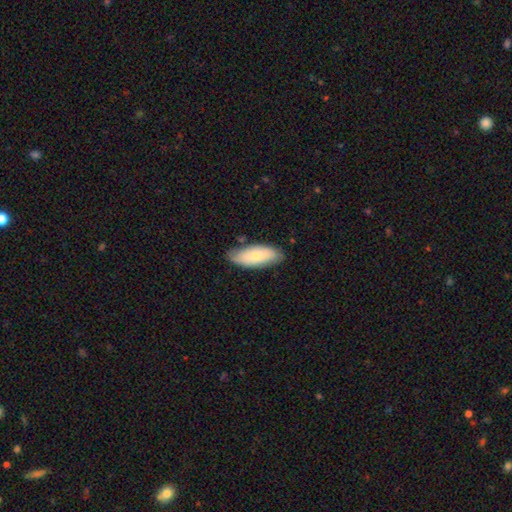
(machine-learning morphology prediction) Smooth or featured? Predicted: smooth (p=0.77). How rounded? Predicted: in between (p=0.79). Merging? Predicted: none (p=0.75).